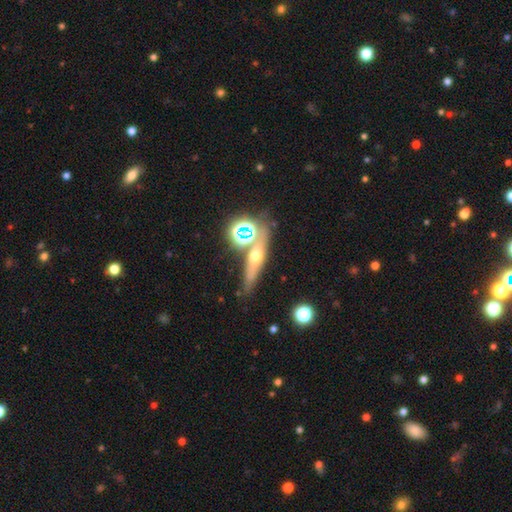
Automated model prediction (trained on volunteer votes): smooth_or_featured: featured or disk (p=0.40) [alt: smooth p=0.36]
merging: none (p=0.69) [alt: merger p=0.14]